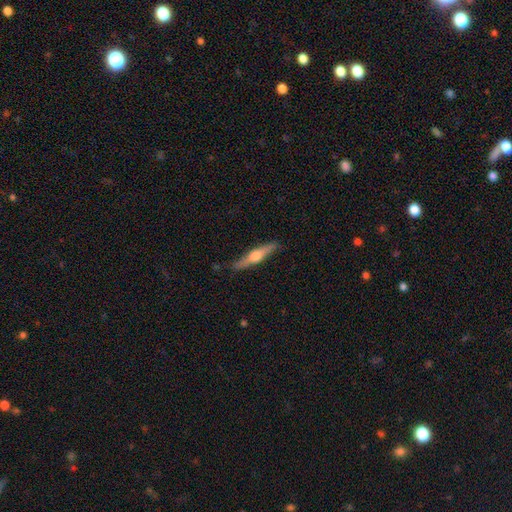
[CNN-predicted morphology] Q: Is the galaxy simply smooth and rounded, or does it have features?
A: featured or disk — 61%.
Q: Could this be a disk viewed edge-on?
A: yes — 96%.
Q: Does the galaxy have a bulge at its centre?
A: rounded — 92%.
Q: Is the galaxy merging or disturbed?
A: none — 86%.